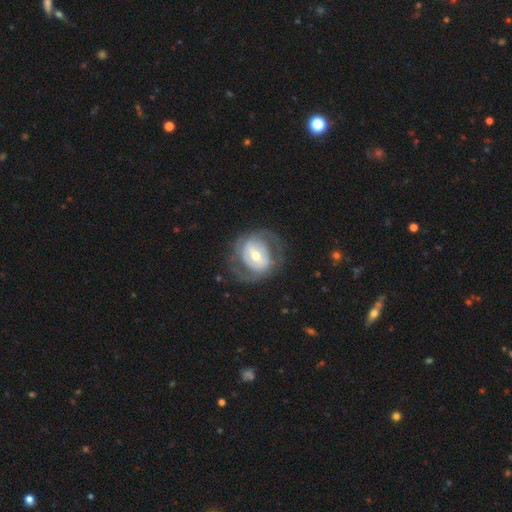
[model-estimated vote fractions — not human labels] Morphology: type=featured or disk (71%); edge-on=no (96%); bar=weak (38%); spiral arms=yes (66%); bulge=moderate (59%); merging=none (67%).